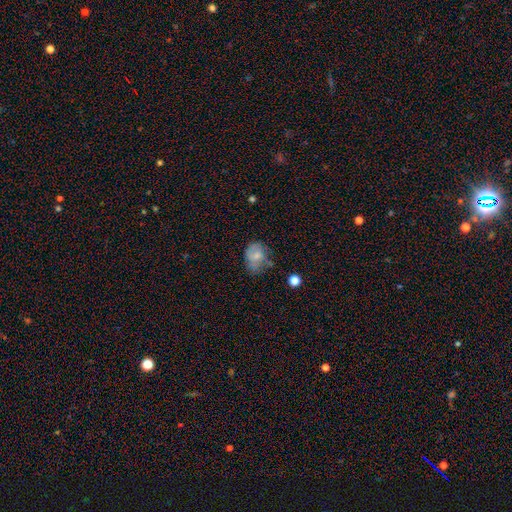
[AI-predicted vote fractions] Smooth or featured?
  - smooth: 62% *
  - featured or disk: 28%
  - star or artifact: 10%
How rounded?
  - in between: 65% *
  - round: 33%
  - cigar-shaped: 1%
Merging?
  - none: 45% *
  - minor disturbance: 32%
  - major disturbance: 18%
  - merger: 4%